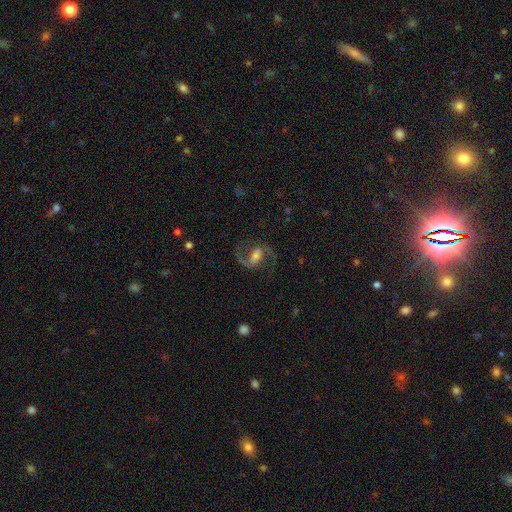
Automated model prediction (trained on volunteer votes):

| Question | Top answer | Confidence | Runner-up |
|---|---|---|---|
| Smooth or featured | featured or disk | 85% | smooth (8%) |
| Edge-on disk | no | 97% | yes (3%) |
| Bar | weak | 45% | strong (40%) |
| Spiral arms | yes | 97% | no (3%) |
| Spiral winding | medium | 54% | loose (38%) |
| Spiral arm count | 2 | 93% | 1 (2%) |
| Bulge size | moderate | 44% | small (30%) |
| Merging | none | 77% | minor disturbance (12%) |